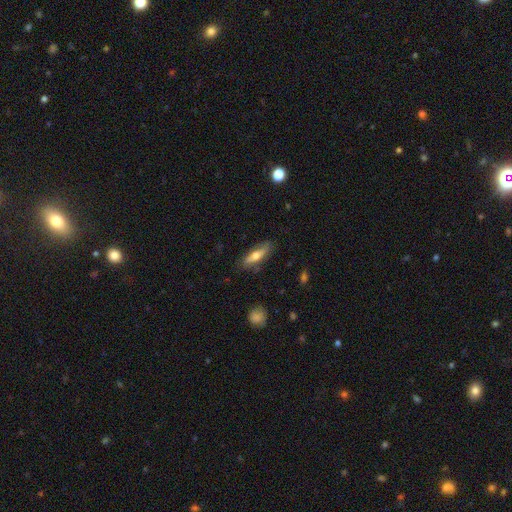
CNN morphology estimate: type=smooth (50%); merging=none (80%).